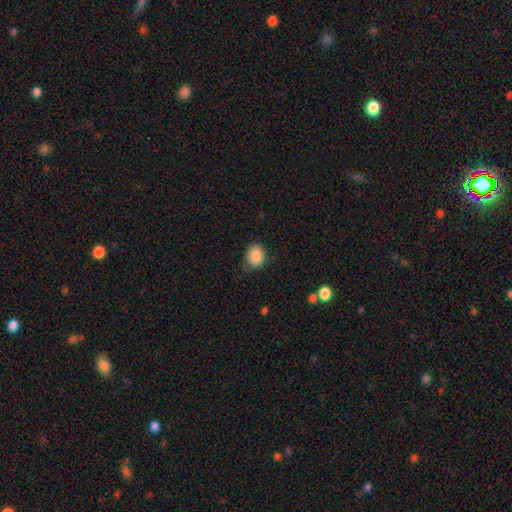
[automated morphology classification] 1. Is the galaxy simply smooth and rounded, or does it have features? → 87% smooth, 8% star or artifact, 5% featured or disk.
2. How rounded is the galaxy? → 54% in between, 45% round, 1% cigar-shaped.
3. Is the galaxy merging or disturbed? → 75% none, 20% minor disturbance, 4% major disturbance, 1% merger.